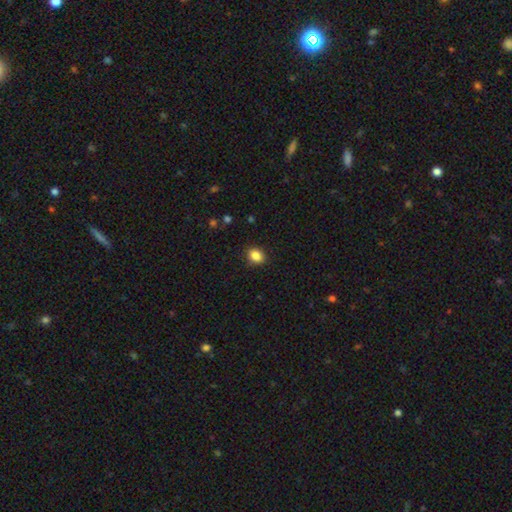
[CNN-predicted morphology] Smooth or featured? Predicted: smooth (p=0.86). How rounded? Predicted: round (p=0.52). Merging? Predicted: none (p=0.88).